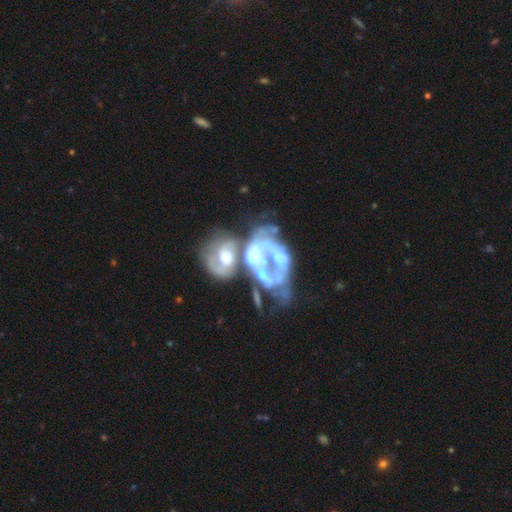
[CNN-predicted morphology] Smooth or featured? featured or disk (71%)
Edge-on disk? no (98%)
Bar? no (83%)
Spiral arms? no (73%)
Bulge size? moderate (40%)
Merging? merger (63%)